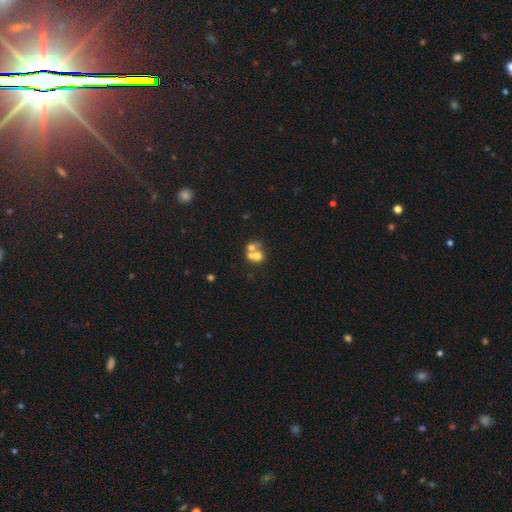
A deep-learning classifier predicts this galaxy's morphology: Smooth or featured: smooth — 57% (featured or disk — 29%)
How rounded: round — 71% (in between — 28%)
Merging: merger — 61% (none — 28%)